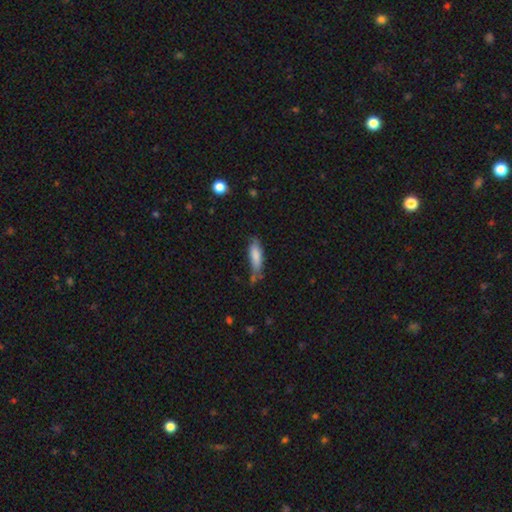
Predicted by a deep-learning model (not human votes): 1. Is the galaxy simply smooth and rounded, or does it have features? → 82% smooth, 12% featured or disk, 7% star or artifact.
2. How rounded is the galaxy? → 54% cigar-shaped, 44% in between, 2% round.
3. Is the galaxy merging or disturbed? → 54% none, 30% minor disturbance, 8% major disturbance, 7% merger.